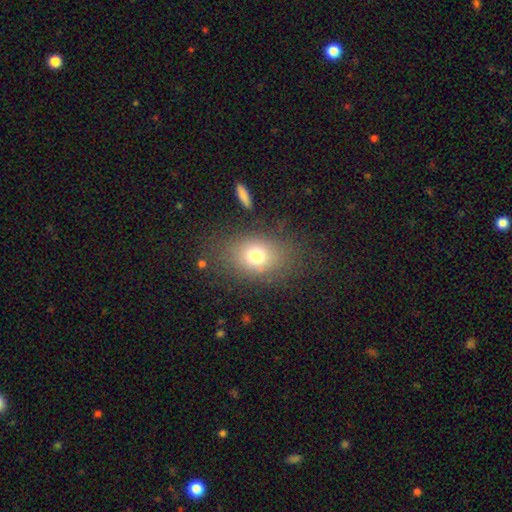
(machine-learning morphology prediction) The model was most divided on "how rounded": in between: 66%, round: 32%, cigar-shaped: 1%. More confident: merging — none (75%); smooth or featured — smooth (73%).